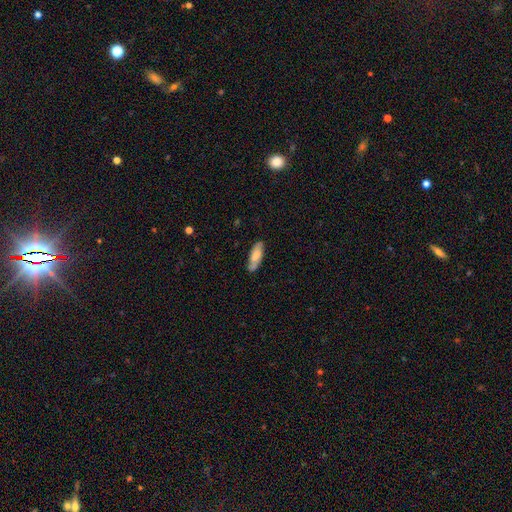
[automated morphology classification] Overall: smooth (65%; featured or disk 29%). How rounded: in between (65%; cigar-shaped 33%). Merging: none (75%).